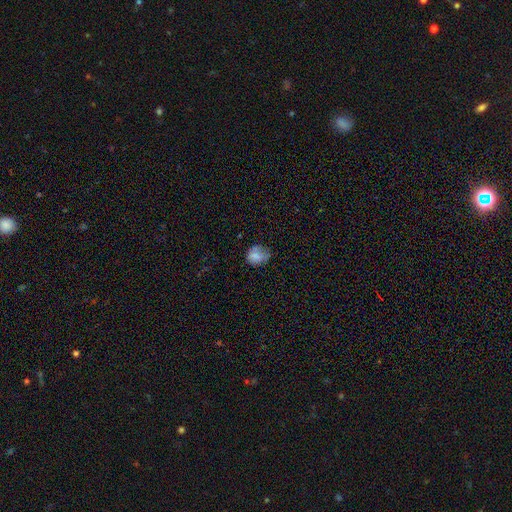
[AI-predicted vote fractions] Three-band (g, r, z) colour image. It shows a smooth galaxy with no disk features (75%) that is round (57%). Merging: none (50%).